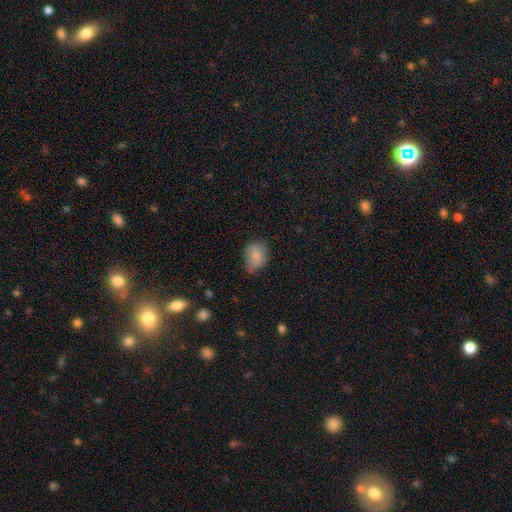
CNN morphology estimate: smooth-or-featured: smooth: 79% | featured or disk: 12% | star or artifact: 9%
  how-rounded: in between: 60% | round: 39% | cigar-shaped: 1%
  merging: none: 59% | minor disturbance: 32% | major disturbance: 7% | merger: 2%